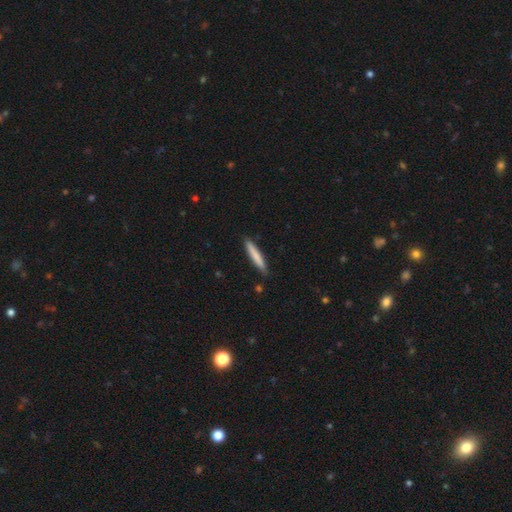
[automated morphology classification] This appears to be a smooth galaxy with no disk features (77%) that is cigar-shaped (94%). Merging: none (87%).